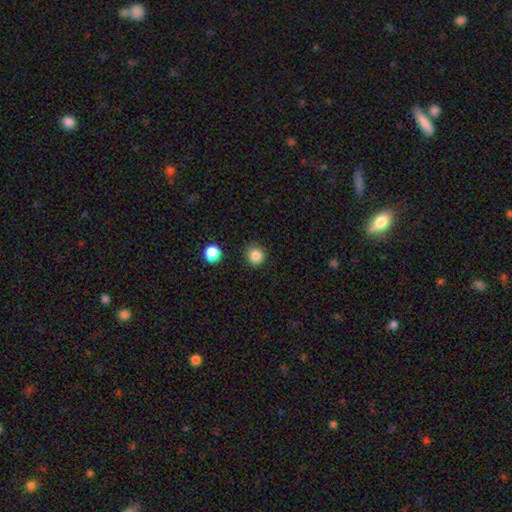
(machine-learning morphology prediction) The model was most divided on "smooth or featured": smooth: 85%, star or artifact: 11%, featured or disk: 4%. More confident: how rounded — round (93%); merging — none (90%).